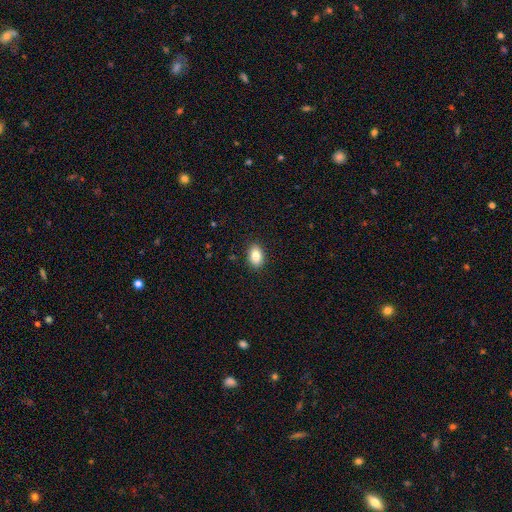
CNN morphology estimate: This is clearly a smooth galaxy (84%). How rounded: clearly in between (86%). Merging: clearly none (89%).